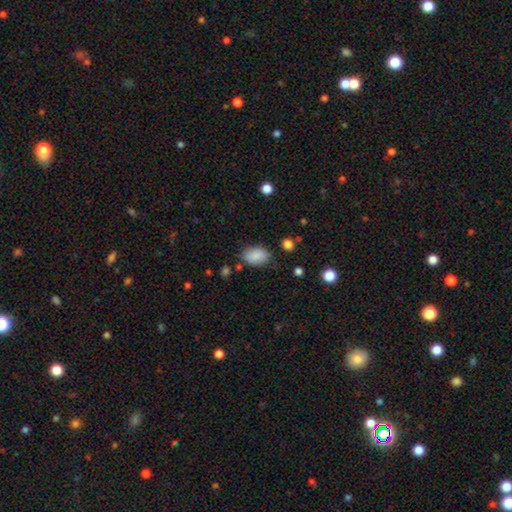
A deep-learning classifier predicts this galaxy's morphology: Smooth or featured: smooth — 87% (star or artifact — 7%)
How rounded: in between — 85% (round — 14%)
Merging: none — 76% (minor disturbance — 17%)